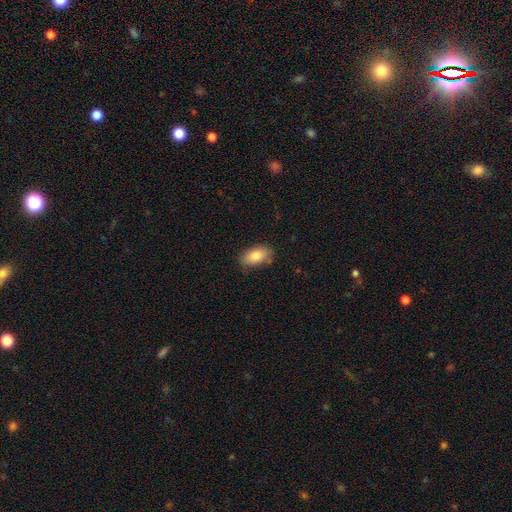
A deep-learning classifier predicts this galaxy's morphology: A smooth galaxy with no disk features (83%) that is in between round and cigar-shaped (92%). Merging: none (79%).